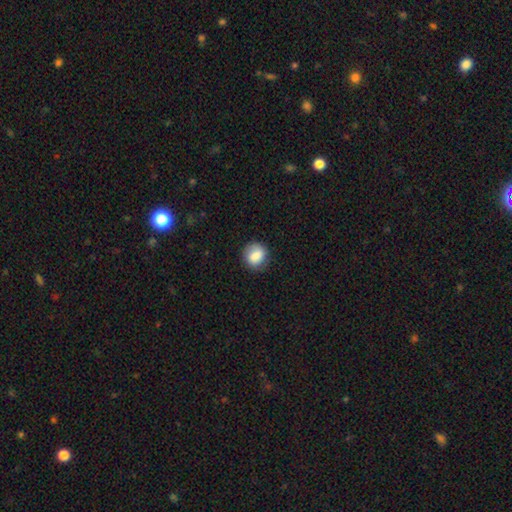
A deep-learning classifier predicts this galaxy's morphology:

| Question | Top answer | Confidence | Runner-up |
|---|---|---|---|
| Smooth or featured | smooth | 84% | featured or disk (8%) |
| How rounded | round | 76% | in between (23%) |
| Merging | none | 81% | minor disturbance (14%) |